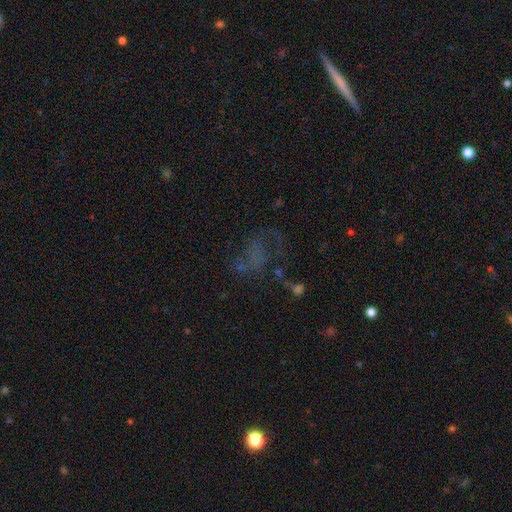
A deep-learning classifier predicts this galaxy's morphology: The model was most divided on "merging": none: 39%, major disturbance: 37%, minor disturbance: 16%, merger: 8%. Remaining: smooth or featured — featured or disk (37%).